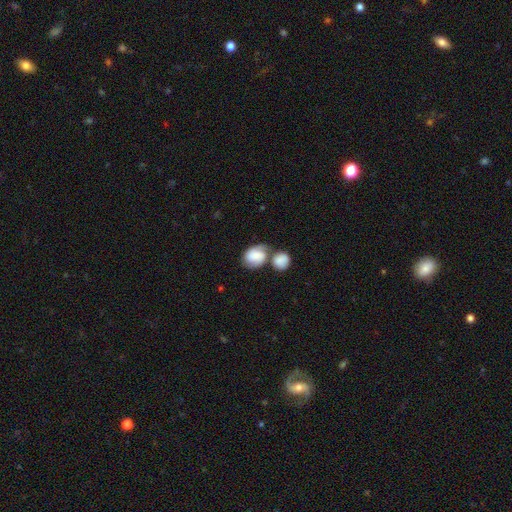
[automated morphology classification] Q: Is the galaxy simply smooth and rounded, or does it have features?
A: smooth — 65%.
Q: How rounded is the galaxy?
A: in between — 60%.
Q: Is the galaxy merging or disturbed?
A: merger — 54%.